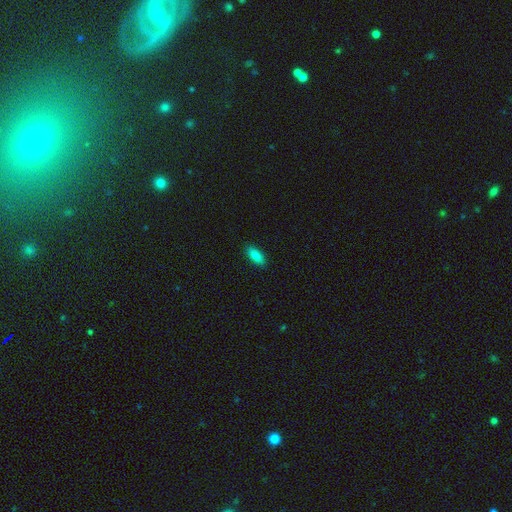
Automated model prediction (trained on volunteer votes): A smooth galaxy with no disk features (86%) that is in between round and cigar-shaped (83%).

Vote fractions:
- Smooth or featured? smooth: 86% / star or artifact: 8% / featured or disk: 7%
- How rounded? in between: 83% / cigar-shaped: 15% / round: 2%
- Merging? none: 89% / minor disturbance: 8% / major disturbance: 2% / merger: 1%